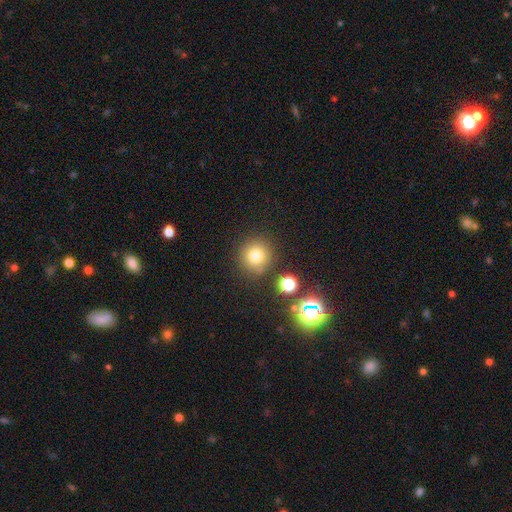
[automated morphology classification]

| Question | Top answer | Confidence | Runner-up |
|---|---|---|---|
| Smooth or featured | smooth | 77% | star or artifact (15%) |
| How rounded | round | 93% | in between (6%) |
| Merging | none | 82% | minor disturbance (9%) |